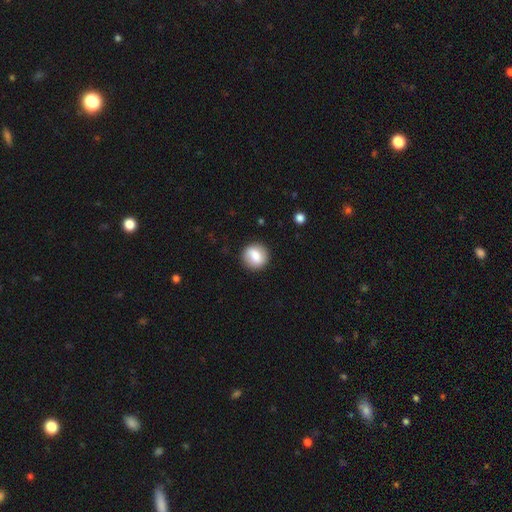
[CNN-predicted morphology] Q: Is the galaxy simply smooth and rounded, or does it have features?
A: smooth — 76%.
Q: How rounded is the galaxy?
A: round — 87%.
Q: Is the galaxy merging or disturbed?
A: none — 88%.